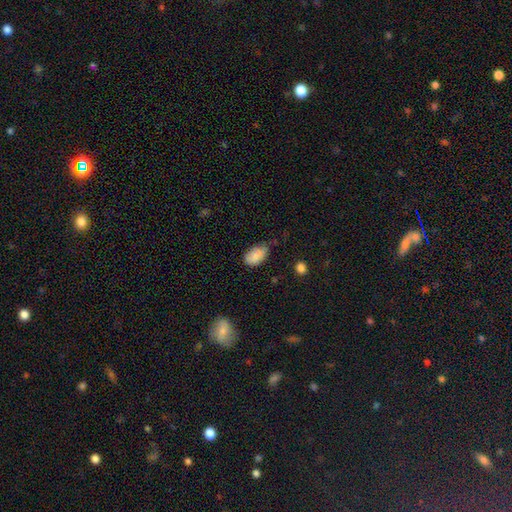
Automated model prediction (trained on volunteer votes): Smooth or featured? smooth (86%)
How rounded? in between (93%)
Merging? none (56%)